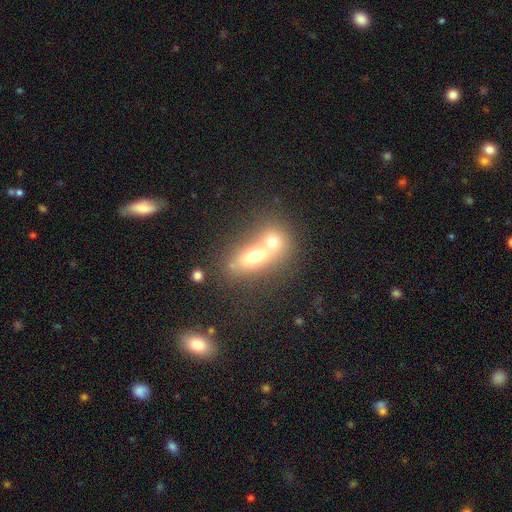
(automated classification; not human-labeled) Smooth or featured: smooth — 64% (featured or disk — 25%)
How rounded: in between — 64% (round — 27%)
Merging: merger — 66% (none — 24%)